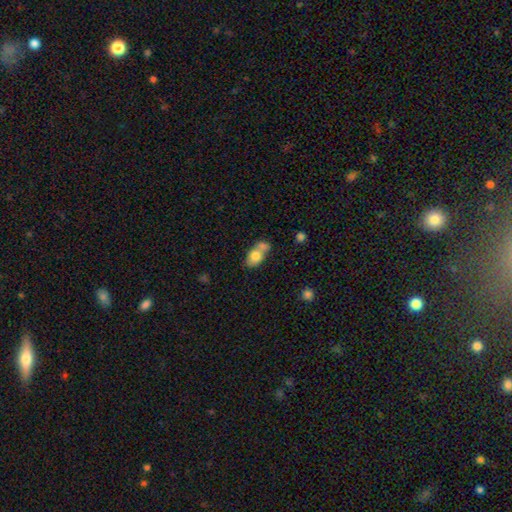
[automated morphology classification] Smooth or featured?
  - smooth: 76% *
  - featured or disk: 17%
  - star or artifact: 8%
How rounded?
  - in between: 78% *
  - round: 20%
  - cigar-shaped: 2%
Merging?
  - merger: 57% *
  - none: 28%
  - minor disturbance: 10%
  - major disturbance: 5%